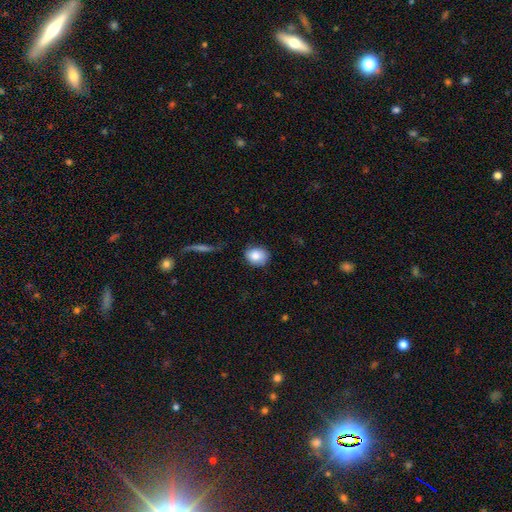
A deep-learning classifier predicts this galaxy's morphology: Smooth or featured? Predicted: smooth (p=0.84). How rounded? Predicted: round (p=0.57). Merging? Predicted: none (p=0.76).